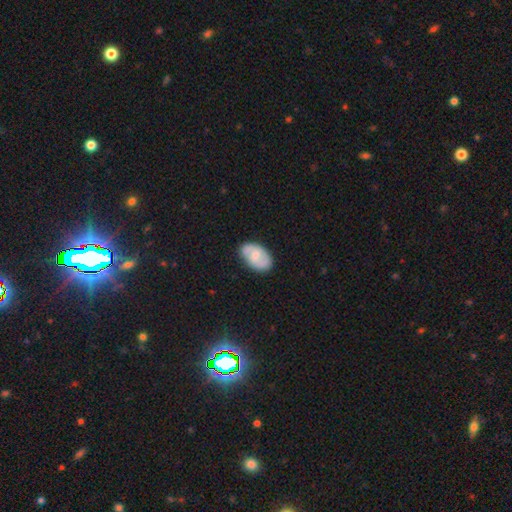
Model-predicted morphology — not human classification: A smooth galaxy with no disk features (48%). Merging: none (75%).